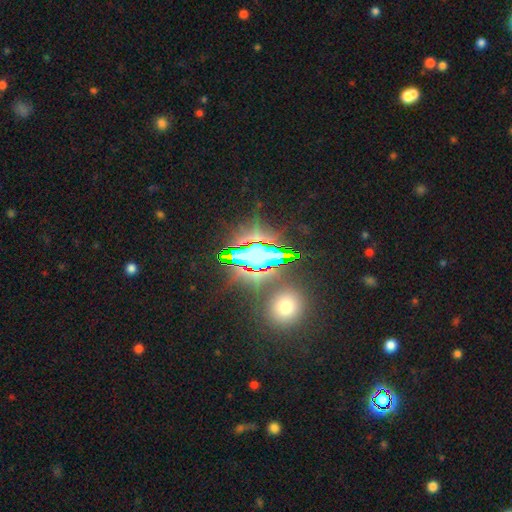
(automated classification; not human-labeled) smooth-or-featured: star or artifact: 74% | smooth: 15% | featured or disk: 12%